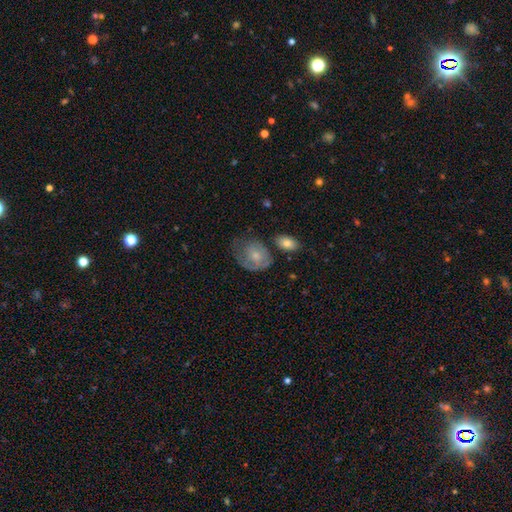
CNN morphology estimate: The model was most divided on "merging": none: 34%, minor disturbance: 31%, major disturbance: 30%, merger: 6%. More confident: how rounded — in between (57%); smooth or featured — smooth (56%).